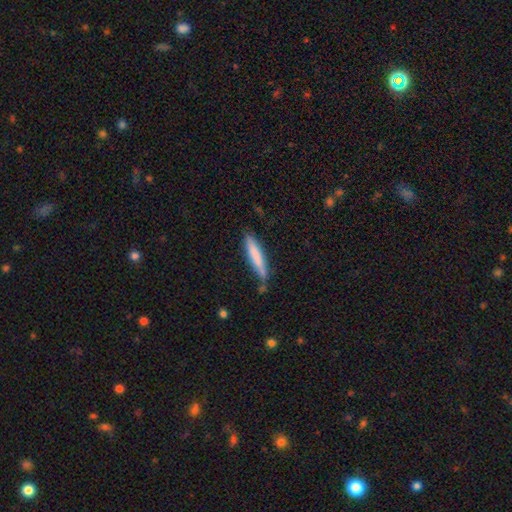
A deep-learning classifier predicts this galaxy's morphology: A smooth galaxy with no disk features (76%) that is cigar-shaped (89%). Merging: none (68%).